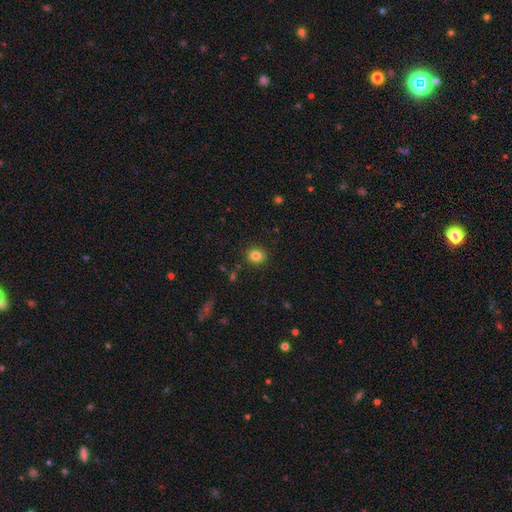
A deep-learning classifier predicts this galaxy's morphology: Q: Smooth or featured?
A: smooth (82%); runner-up: star or artifact (11%)
Q: How rounded?
A: round (70%); runner-up: in between (29%)
Q: Merging?
A: none (89%); runner-up: minor disturbance (8%)